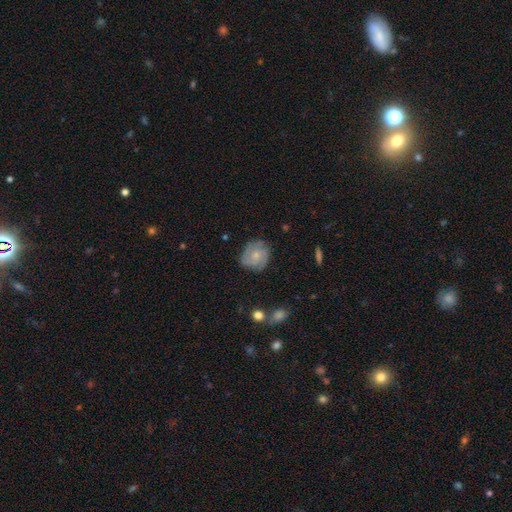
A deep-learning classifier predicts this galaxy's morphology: The model was most divided on "spiral arm count": 3: 30%, can't tell: 29%, 2: 20%, 4: 11%, 1: 5%, more than 4: 5%. Remaining: edge-on disk — no (98%); spiral arms — yes (88%); bar — no (77%); merging — none (73%); smooth or featured — featured or disk (60%); bulge size — small (53%); spiral winding — tight (50%).